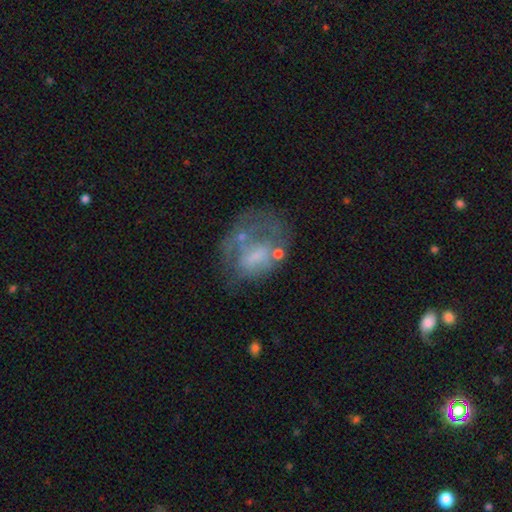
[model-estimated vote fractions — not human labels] This appears to be a featured or disk galaxy (53%) with no bar (68%), no spiral arms (72%) and no central bulge (42%). Merging: none (35%, tied with major disturbance).